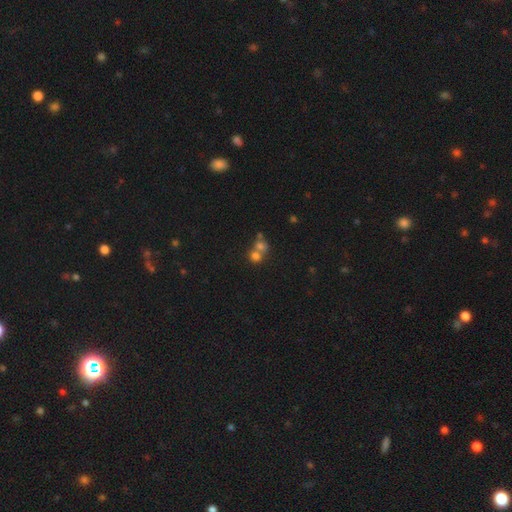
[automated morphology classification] smooth 69%, star or artifact 17%, featured or disk 14%. Down the decision tree: how rounded — round (80%); merging — merger (59%).